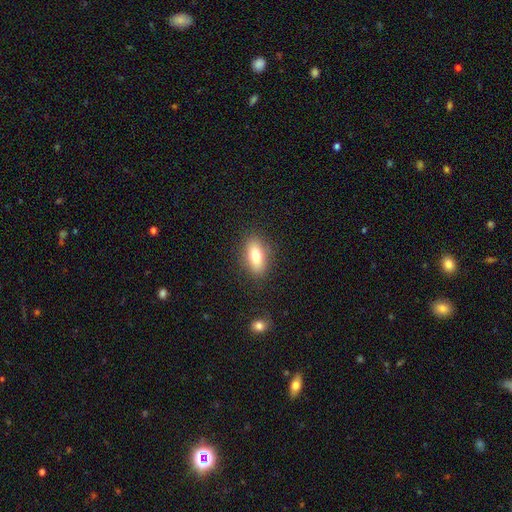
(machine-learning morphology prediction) Smooth or featured?
  - smooth: 75% *
  - featured or disk: 17%
  - star or artifact: 8%
How rounded?
  - in between: 82% *
  - cigar-shaped: 12%
  - round: 7%
Merging?
  - none: 85% *
  - minor disturbance: 10%
  - major disturbance: 3%
  - merger: 2%